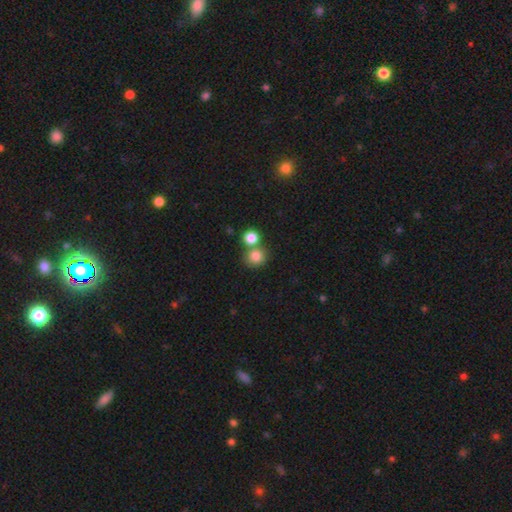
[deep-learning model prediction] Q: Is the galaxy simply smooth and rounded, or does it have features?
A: smooth — 82%.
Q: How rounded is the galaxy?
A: round — 85%.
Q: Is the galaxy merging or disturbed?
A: none — 56%.